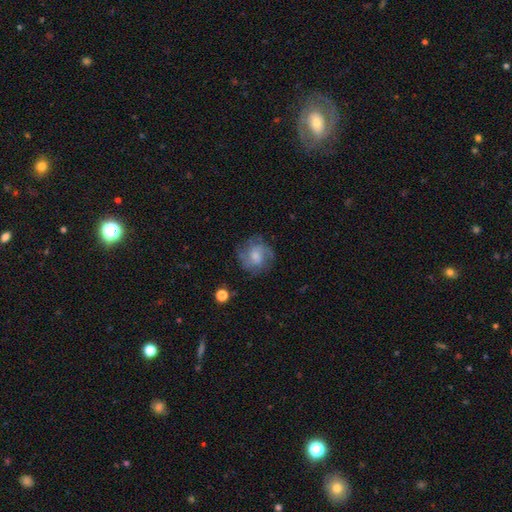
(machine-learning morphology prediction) A featured or disk galaxy (54%) with no bar (61%), spiral arms (78%) and a moderate central bulge (43%).

Vote fractions:
- Smooth or featured? featured or disk: 54% / smooth: 37% / star or artifact: 9%
- Edge-on disk? no: 97% / yes: 3%
- Bar? no: 61% / weak: 33% / strong: 6%
- Spiral arms? yes: 78% / no: 22%
- Bulge size? moderate: 43% / small: 31% / none: 13% / large: 11% / dominant: 2%
- Merging? none: 68% / minor disturbance: 19% / major disturbance: 11% / merger: 1%